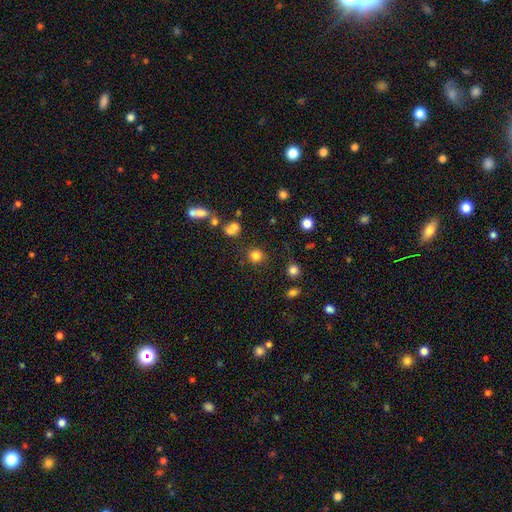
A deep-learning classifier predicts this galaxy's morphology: smooth 80%, star or artifact 14%, featured or disk 6%. Down the decision tree: how rounded — round (90%); merging — none (82%).